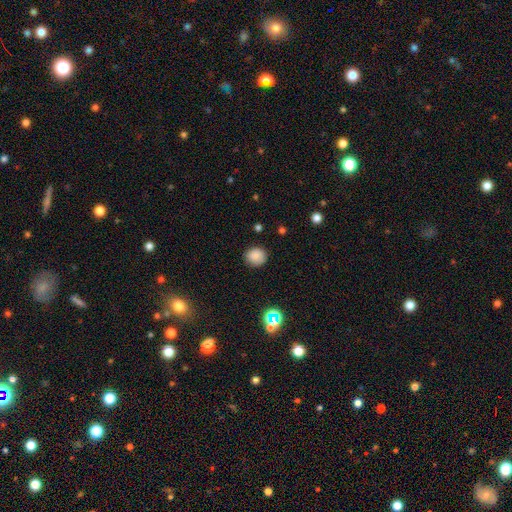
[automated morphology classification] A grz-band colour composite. It shows a smooth galaxy with no disk features (84%) that is round (81%). Merging: none (84%).